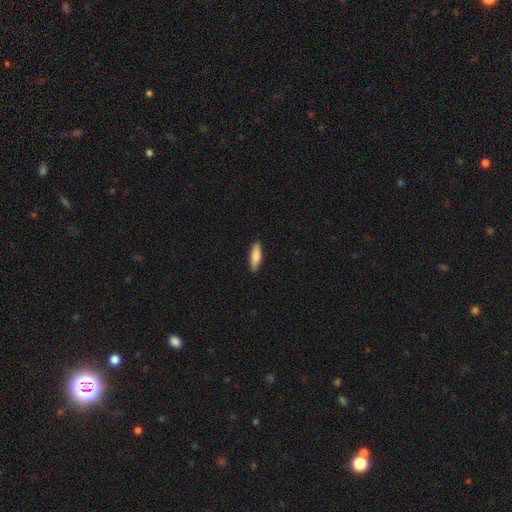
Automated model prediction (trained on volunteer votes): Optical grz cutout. It shows a smooth galaxy with no disk features (84%) that is cigar-shaped (51%). Merging: none (89%).